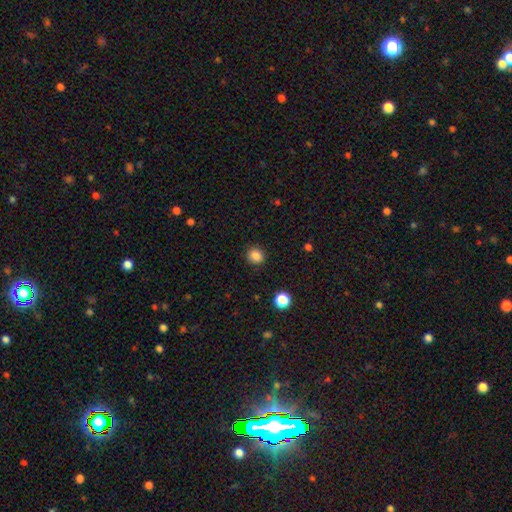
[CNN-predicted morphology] Smooth or featured: smooth — 86% (star or artifact — 11%)
How rounded: round — 78% (in between — 22%)
Merging: none — 90% (minor disturbance — 7%)